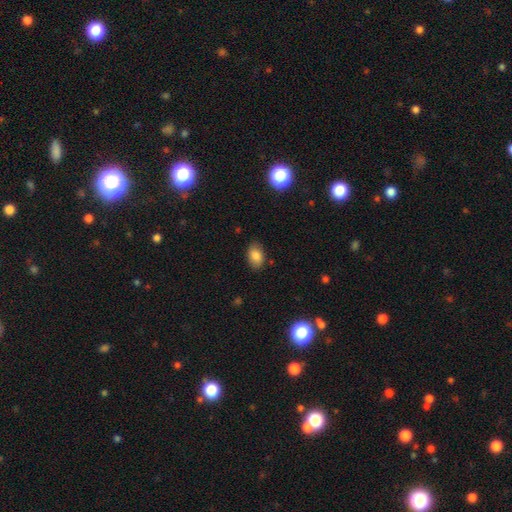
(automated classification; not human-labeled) Smooth or featured: smooth — 84% (star or artifact — 9%)
How rounded: in between — 88% (round — 11%)
Merging: none — 83% (minor disturbance — 13%)